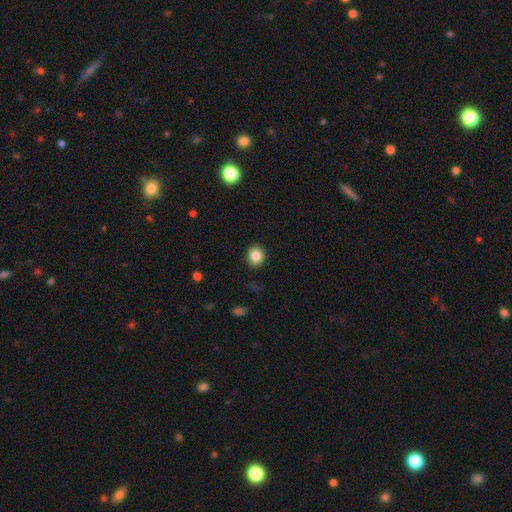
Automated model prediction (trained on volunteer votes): The model was most divided on "how rounded": round: 76%, in between: 24%, cigar-shaped: 1%. More confident: merging — none (90%); smooth or featured — smooth (84%).